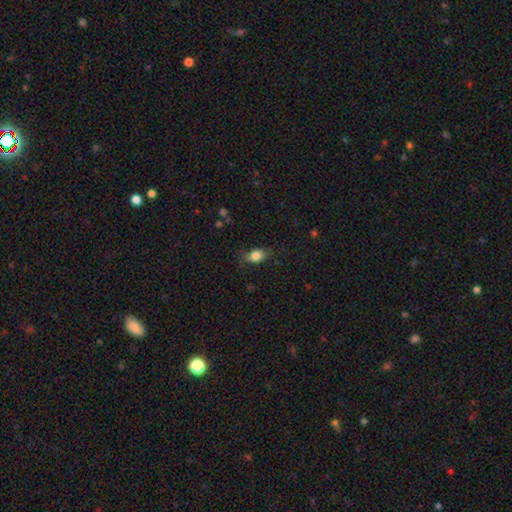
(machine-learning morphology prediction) This is clearly a smooth galaxy (83%). How rounded: clearly in between (82%). Merging: likely none (75%).